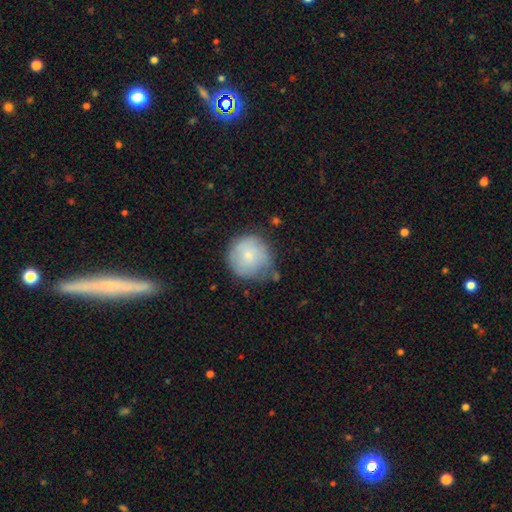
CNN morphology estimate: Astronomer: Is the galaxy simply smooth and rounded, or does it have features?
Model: smooth — 75%.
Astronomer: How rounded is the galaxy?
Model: round — 92%.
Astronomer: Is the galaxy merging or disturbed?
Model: none — 58%.